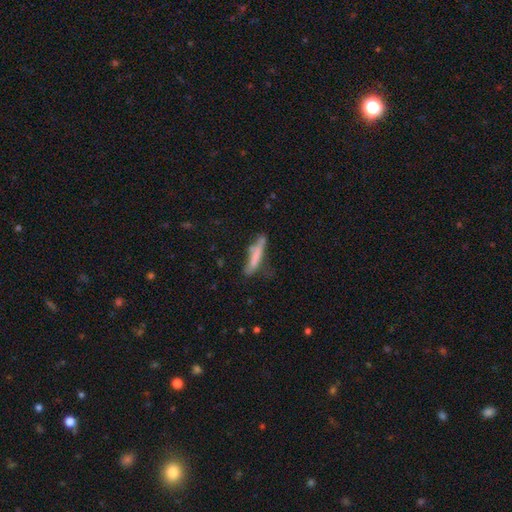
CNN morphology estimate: This appears to be a smooth galaxy with no disk features (64%) that is cigar-shaped (89%). Merging: none (54%).